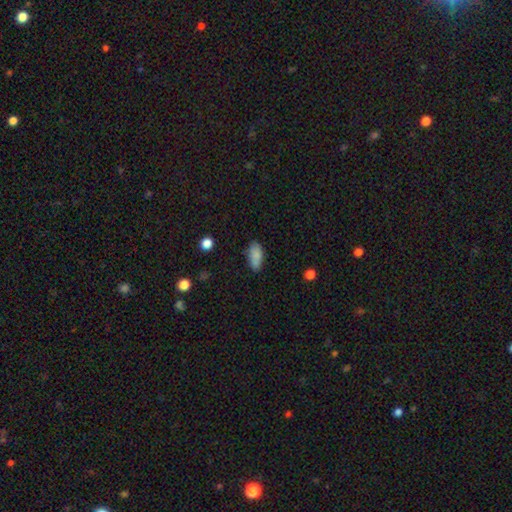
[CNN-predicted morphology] smooth 86%, star or artifact 7%, featured or disk 7%. Down the decision tree: how rounded — in between (87%); merging — none (81%).